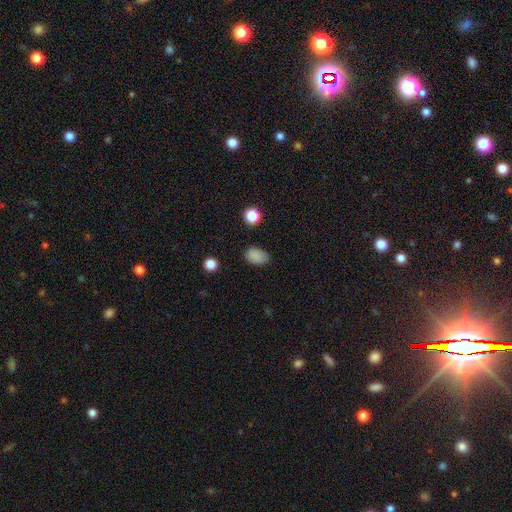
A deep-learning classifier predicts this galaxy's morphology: The model was most divided on "merging": none: 79%, minor disturbance: 16%, major disturbance: 3%, merger: 2%. More confident: smooth or featured — smooth (84%); how rounded — in between (82%).